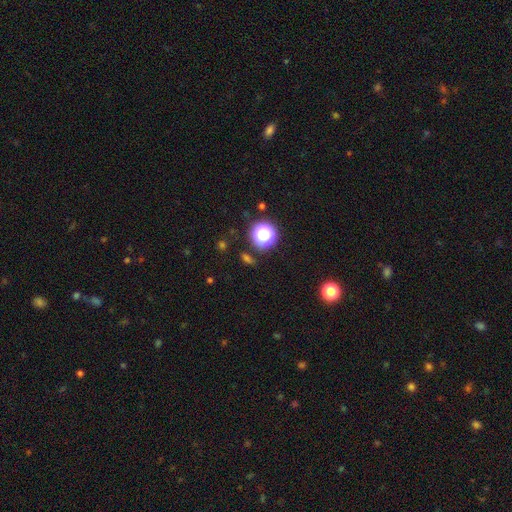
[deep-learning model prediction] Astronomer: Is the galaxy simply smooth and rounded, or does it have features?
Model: star or artifact — 70%.